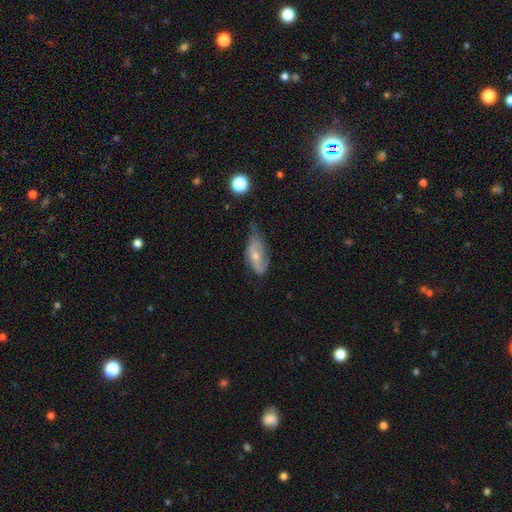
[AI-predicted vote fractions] Smooth or featured? featured or disk (49%)
Merging? minor disturbance (44%)